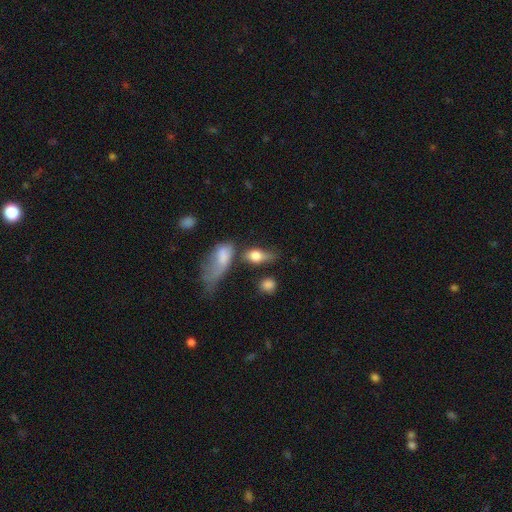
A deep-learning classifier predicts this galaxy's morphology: This is likely a smooth galaxy (70%). How rounded: likely in between (75%). Merging: marginally none (34%).